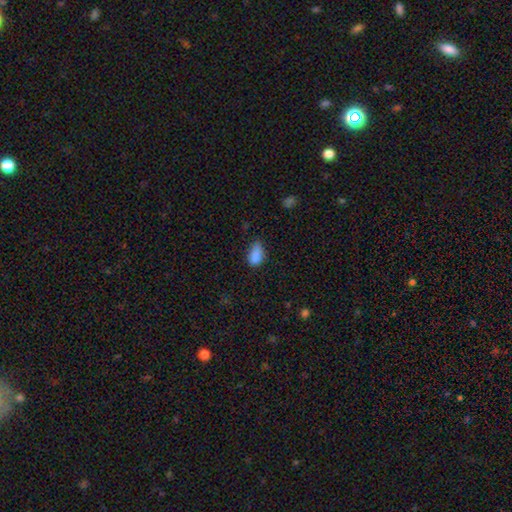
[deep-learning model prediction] Smooth or featured: smooth — 85% (star or artifact — 10%)
How rounded: in between — 89% (round — 6%)
Merging: none — 51% (minor disturbance — 38%)